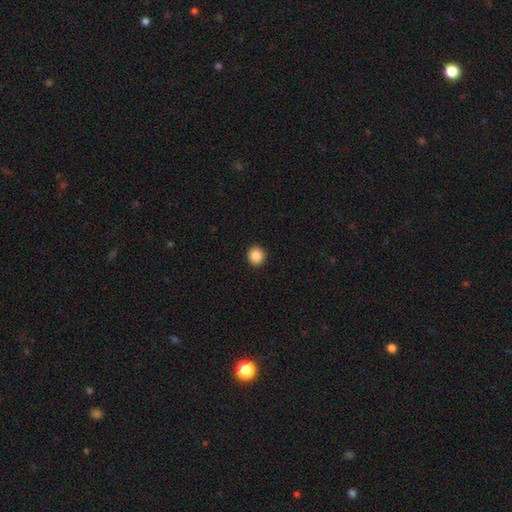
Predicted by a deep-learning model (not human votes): The model was most divided on "smooth or featured": smooth: 86%, star or artifact: 9%, featured or disk: 5%. More confident: merging — none (93%); how rounded — round (90%).